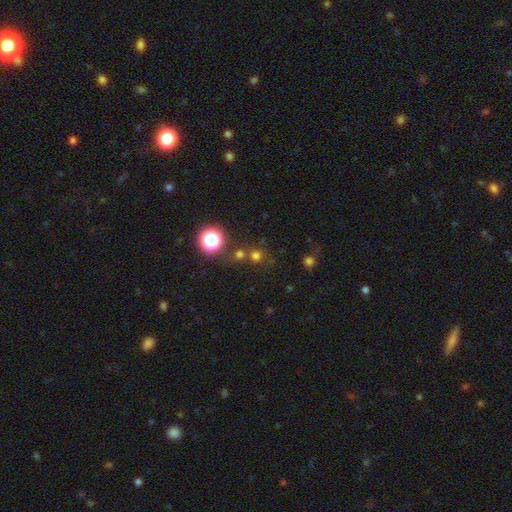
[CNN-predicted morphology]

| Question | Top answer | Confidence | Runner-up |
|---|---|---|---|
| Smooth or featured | smooth | 63% | star or artifact (30%) |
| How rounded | round | 91% | in between (8%) |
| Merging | none | 68% | merger (21%) |